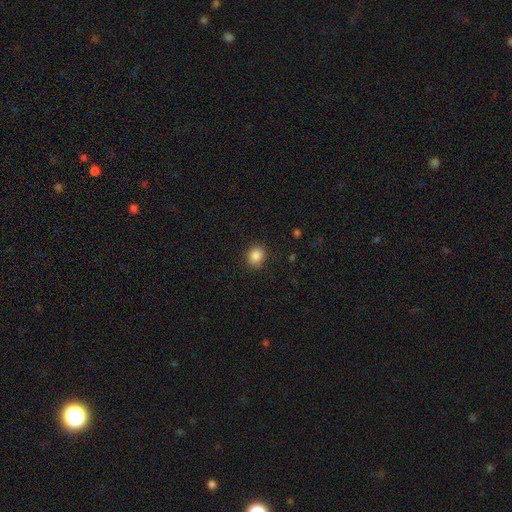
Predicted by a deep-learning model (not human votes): smooth_or_featured: smooth (p=0.87) [alt: star or artifact p=0.10]
how_rounded: round (p=0.64) [alt: in between p=0.35]
merging: none (p=0.87) [alt: minor disturbance p=0.09]